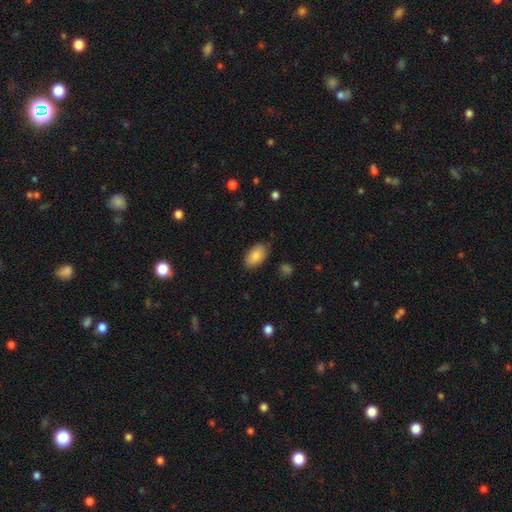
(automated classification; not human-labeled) smooth_or_featured: smooth (p=0.86) [alt: featured or disk p=0.07]
how_rounded: in between (p=0.94) [alt: round p=0.05]
merging: none (p=0.83) [alt: minor disturbance p=0.13]